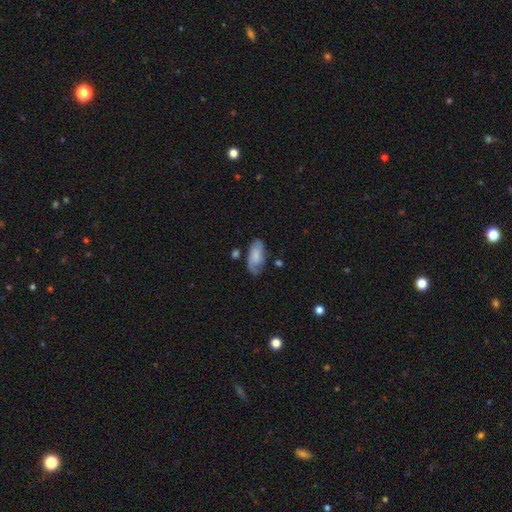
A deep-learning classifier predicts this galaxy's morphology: smooth_or_featured: smooth (p=0.53) [alt: featured or disk p=0.40]
how_rounded: in between (p=0.90) [alt: cigar-shaped p=0.07]
merging: none (p=0.62) [alt: minor disturbance p=0.24]